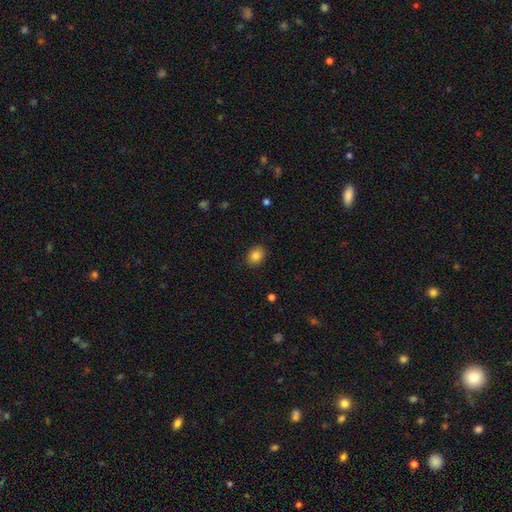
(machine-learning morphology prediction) This is clearly a smooth galaxy (85%). How rounded: possibly in between (52%). Merging: clearly none (88%).